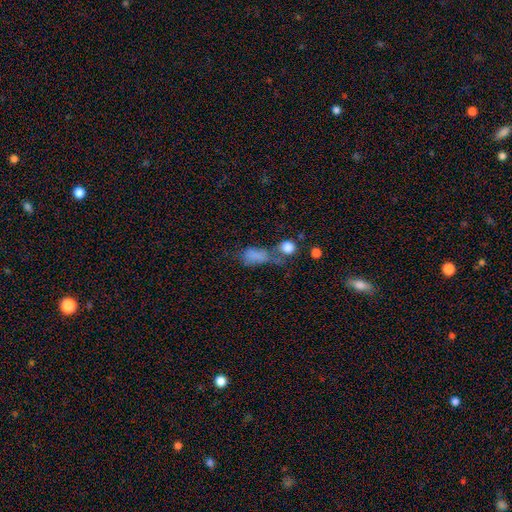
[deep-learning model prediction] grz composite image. It shows a smooth galaxy with no disk features (73%) that is in between round and cigar-shaped (77%). Merging: merger (32%).